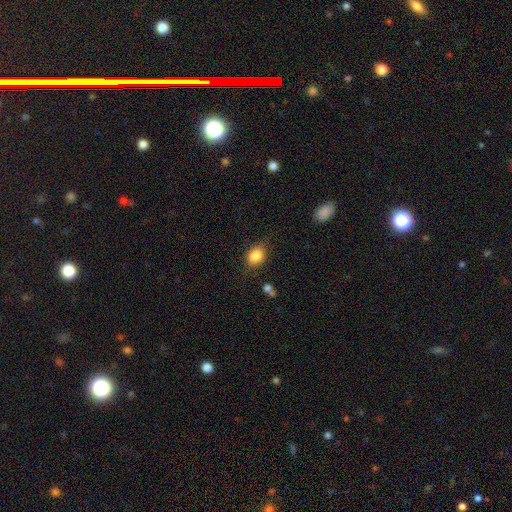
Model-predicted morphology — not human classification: smooth_or_featured: smooth (p=0.85) [alt: star or artifact p=0.09]
how_rounded: in between (p=0.66) [alt: round p=0.32]
merging: none (p=0.73) [alt: minor disturbance p=0.19]